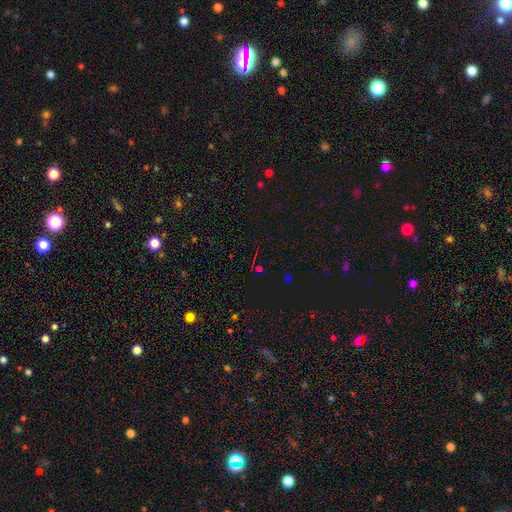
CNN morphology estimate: smooth_or_featured: star or artifact (p=0.69) [alt: smooth p=0.20]